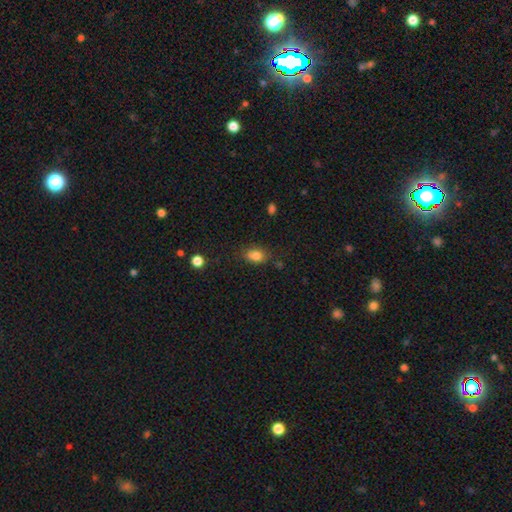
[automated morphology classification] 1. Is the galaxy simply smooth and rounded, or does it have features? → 83% smooth, 10% star or artifact, 7% featured or disk.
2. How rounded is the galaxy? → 76% in between, 22% round, 2% cigar-shaped.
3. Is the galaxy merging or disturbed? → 74% none, 17% minor disturbance, 5% major disturbance, 4% merger.